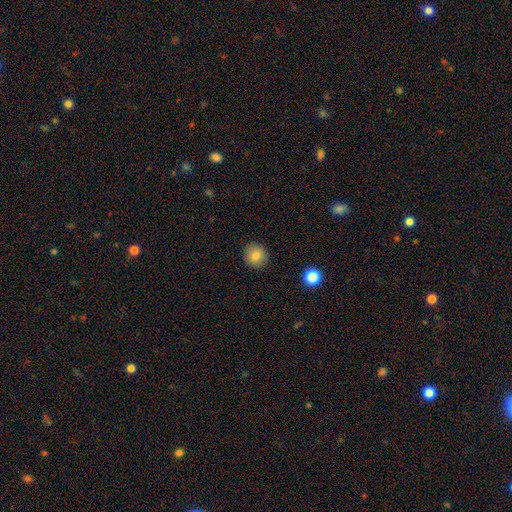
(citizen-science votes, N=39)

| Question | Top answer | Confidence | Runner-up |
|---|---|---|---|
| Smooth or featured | smooth | 77% | featured or disk (15%) |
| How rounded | round | 90% | in between (10%) |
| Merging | none | 97% | major disturbance (3%) |